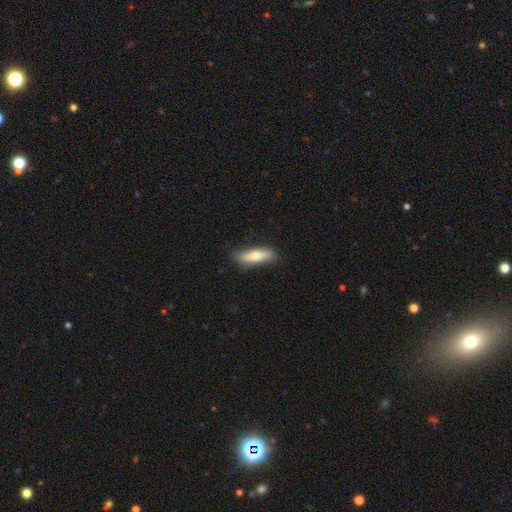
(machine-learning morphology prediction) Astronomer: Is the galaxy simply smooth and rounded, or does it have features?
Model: smooth — 70%.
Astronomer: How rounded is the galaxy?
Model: cigar-shaped — 63%.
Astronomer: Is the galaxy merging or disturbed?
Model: none — 83%.